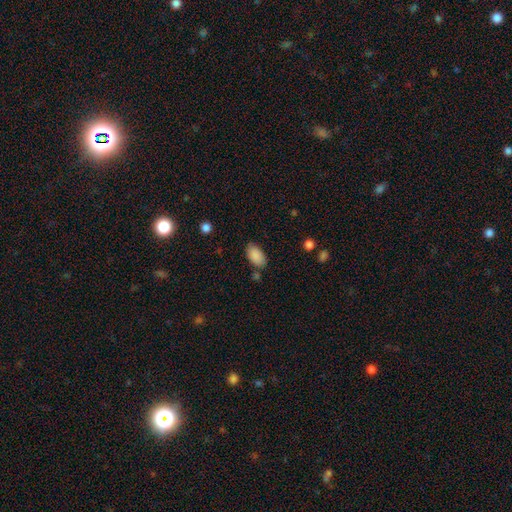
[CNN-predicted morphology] Smooth or featured? smooth (89%)
How rounded? in between (94%)
Merging? none (78%)